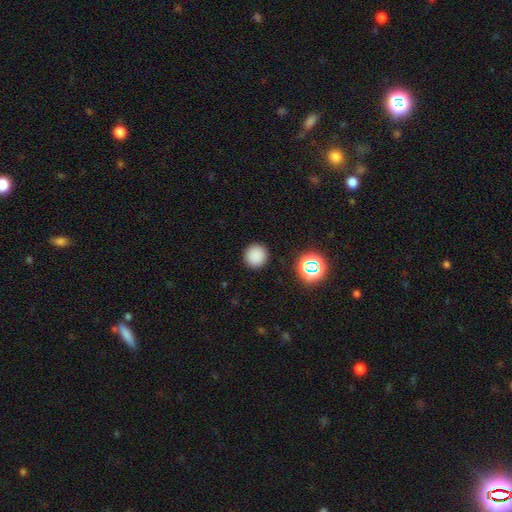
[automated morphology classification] smooth-or-featured: smooth: 83% | star or artifact: 14% | featured or disk: 4%
  how-rounded: round: 91% | in between: 8% | cigar-shaped: 1%
  merging: none: 90% | minor disturbance: 6% | major disturbance: 2% | merger: 1%